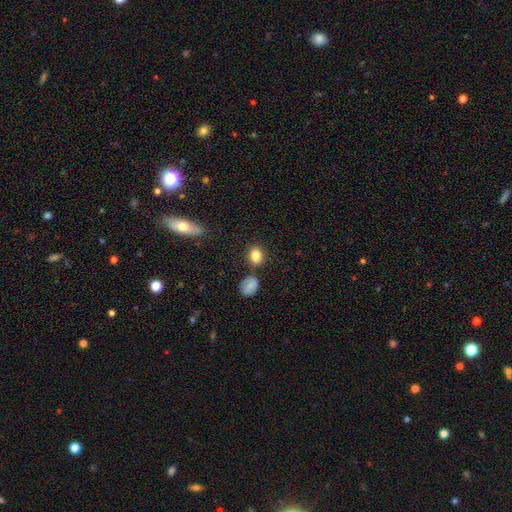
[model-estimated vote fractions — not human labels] Morphology: type=smooth (84%); roundness=round (61%); merging=none (77%).